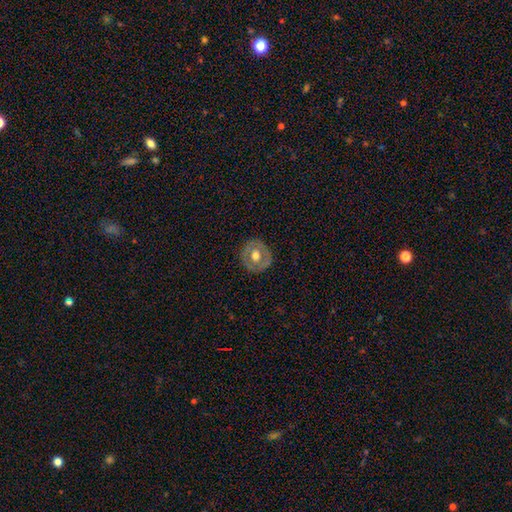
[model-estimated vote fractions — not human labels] Morphology: type=featured or disk (49%); merging=none (84%).